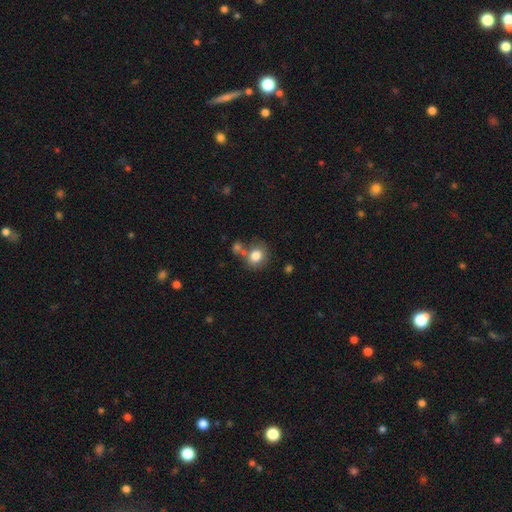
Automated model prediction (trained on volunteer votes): The model was most divided on "merging": none: 60%, merger: 21%, minor disturbance: 14%, major disturbance: 5%. More confident: smooth or featured — smooth (80%); how rounded — round (70%).